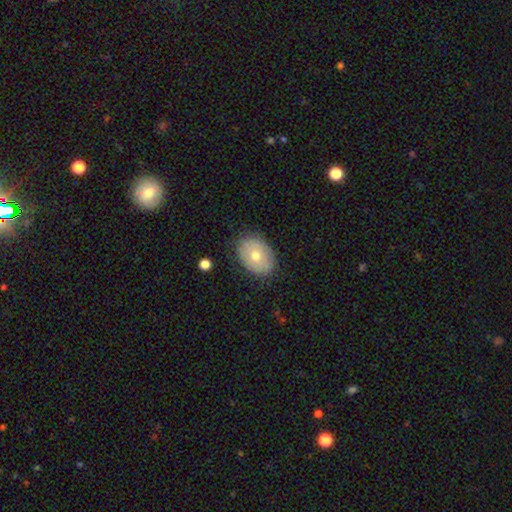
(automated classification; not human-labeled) smooth_or_featured: smooth (p=0.65) [alt: featured or disk p=0.27]
how_rounded: in between (p=0.72) [alt: round p=0.27]
merging: none (p=0.82) [alt: minor disturbance p=0.14]